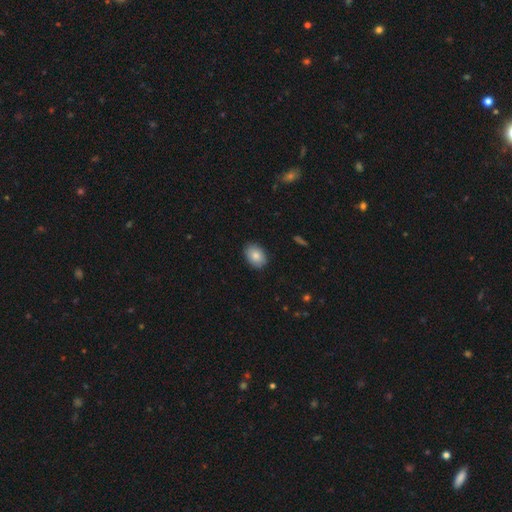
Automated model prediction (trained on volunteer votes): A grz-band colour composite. It shows a smooth galaxy with no disk features (85%) that is in between round and cigar-shaped (78%). Merging: none (88%).